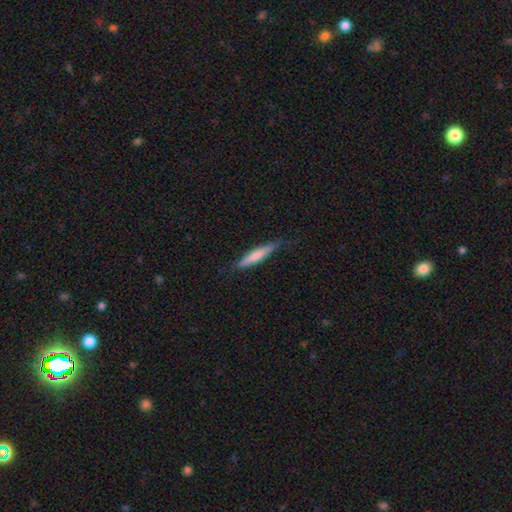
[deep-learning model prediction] smooth-or-featured: smooth: 68% | featured or disk: 27% | star or artifact: 5%
  how-rounded: cigar-shaped: 88% | in between: 10% | round: 1%
  merging: none: 75% | minor disturbance: 20% | major disturbance: 4% | merger: 1%